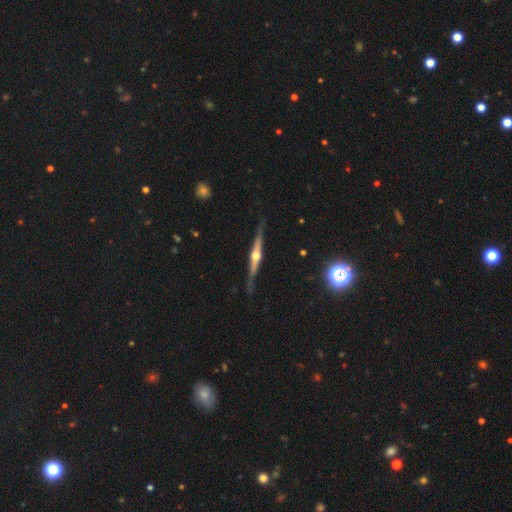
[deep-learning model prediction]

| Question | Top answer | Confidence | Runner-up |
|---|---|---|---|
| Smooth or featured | featured or disk | 79% | smooth (15%) |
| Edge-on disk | yes | 97% | no (3%) |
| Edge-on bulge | rounded | 93% | boxy (4%) |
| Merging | none | 85% | minor disturbance (11%) |